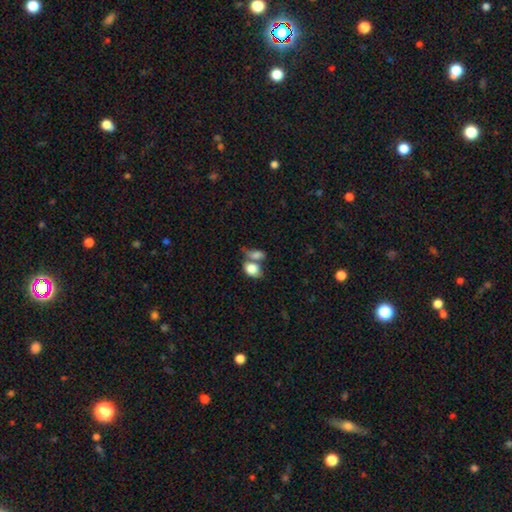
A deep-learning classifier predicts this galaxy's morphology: Q: Smooth or featured?
A: smooth (78%); runner-up: featured or disk (13%)
Q: How rounded?
A: in between (75%); runner-up: round (22%)
Q: Merging?
A: merger (55%); runner-up: none (27%)